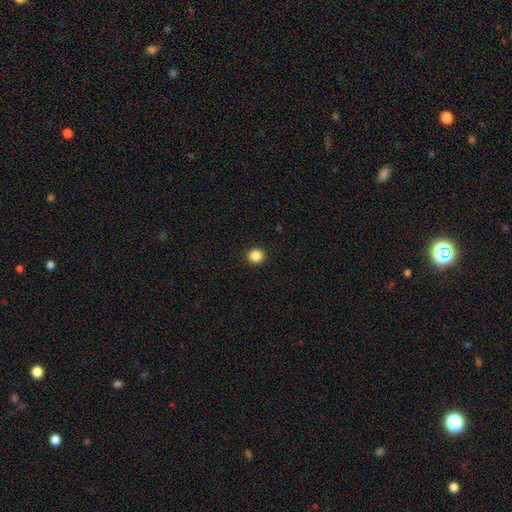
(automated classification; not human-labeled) smooth 86%, star or artifact 11%, featured or disk 3%. Down the decision tree: how rounded — round (93%); merging — none (93%).